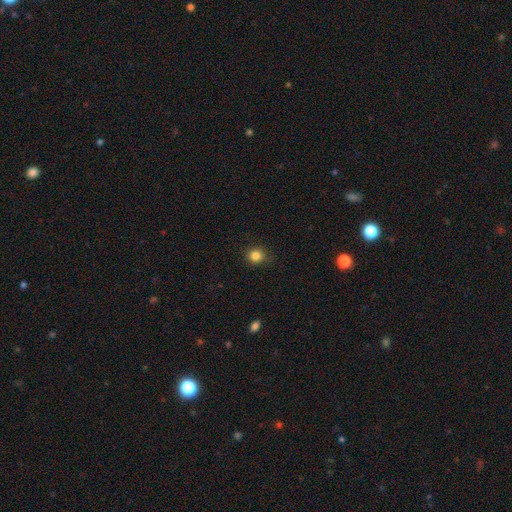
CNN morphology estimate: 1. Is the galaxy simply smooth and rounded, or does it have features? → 84% smooth, 12% star or artifact, 4% featured or disk.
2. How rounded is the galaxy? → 88% round, 11% in between, 1% cigar-shaped.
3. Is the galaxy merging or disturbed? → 88% none, 9% minor disturbance, 2% major disturbance, 1% merger.